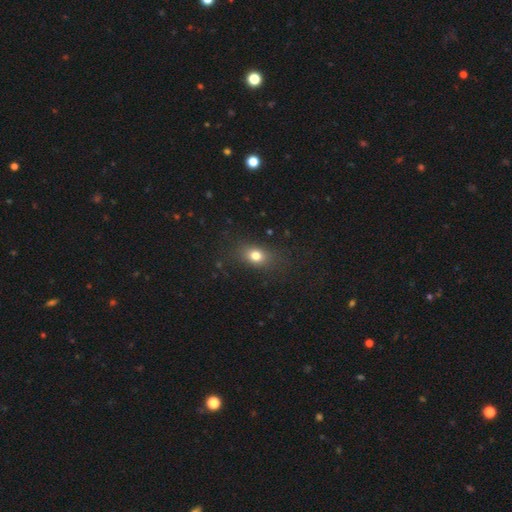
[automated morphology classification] type=smooth (77%); roundness=in between (62%); merging=none (81%).